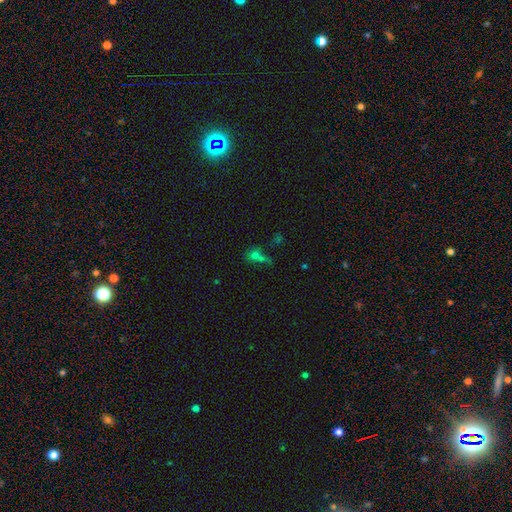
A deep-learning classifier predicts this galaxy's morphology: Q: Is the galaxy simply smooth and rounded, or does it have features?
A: smooth — 58%.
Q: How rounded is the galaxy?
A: round — 63%.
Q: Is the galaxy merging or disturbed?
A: merger — 42%.